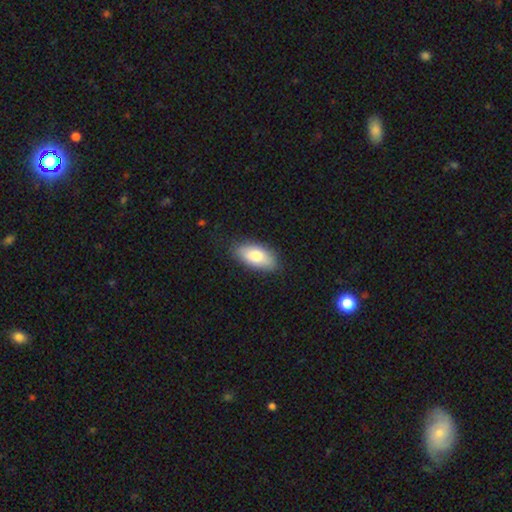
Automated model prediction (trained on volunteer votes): Q: Smooth or featured?
A: smooth (80%); runner-up: featured or disk (14%)
Q: How rounded?
A: in between (90%); runner-up: cigar-shaped (7%)
Q: Merging?
A: none (83%); runner-up: minor disturbance (13%)